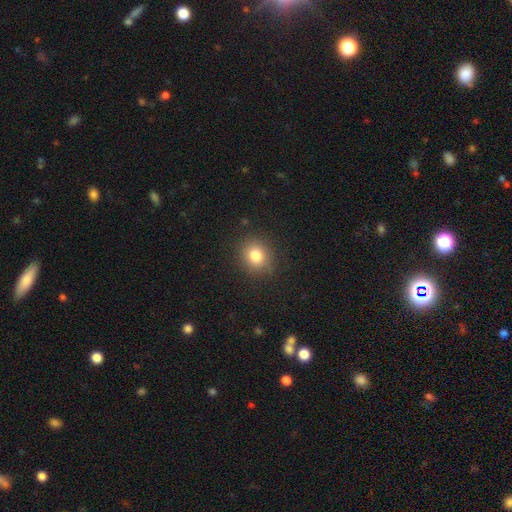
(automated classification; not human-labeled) Q: Smooth or featured?
A: smooth (81%); runner-up: star or artifact (12%)
Q: How rounded?
A: round (78%); runner-up: in between (21%)
Q: Merging?
A: none (88%); runner-up: minor disturbance (8%)